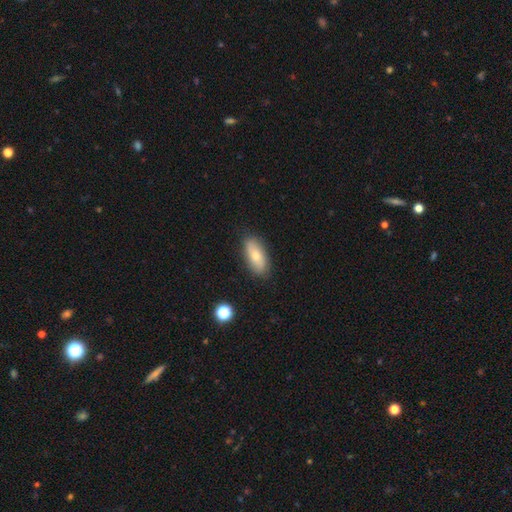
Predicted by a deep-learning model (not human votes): Smooth or featured?
  - smooth: 69% *
  - featured or disk: 24%
  - star or artifact: 7%
How rounded?
  - in between: 84% *
  - cigar-shaped: 13%
  - round: 3%
Merging?
  - none: 84% *
  - minor disturbance: 12%
  - major disturbance: 2%
  - merger: 1%